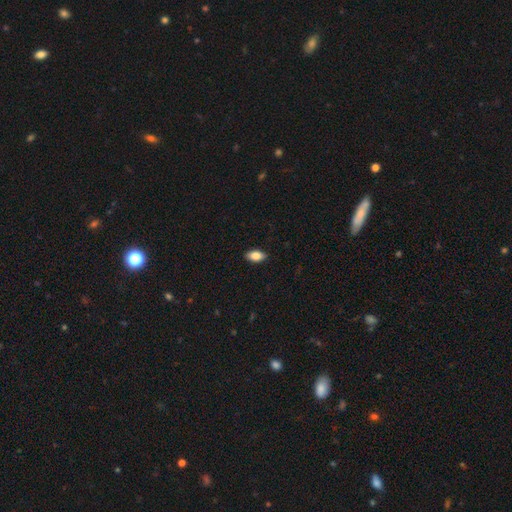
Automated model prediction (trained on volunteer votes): Morphology: type=smooth (84%); roundness=in between (91%); merging=none (89%).